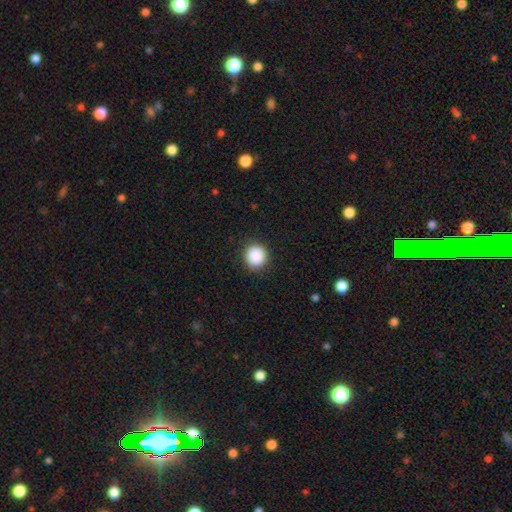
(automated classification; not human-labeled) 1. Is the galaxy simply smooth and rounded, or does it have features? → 89% smooth, 9% star or artifact, 2% featured or disk.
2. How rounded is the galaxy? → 90% round, 9% in between, 1% cigar-shaped.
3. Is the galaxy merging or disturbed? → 91% none, 6% minor disturbance, 2% major disturbance, 1% merger.